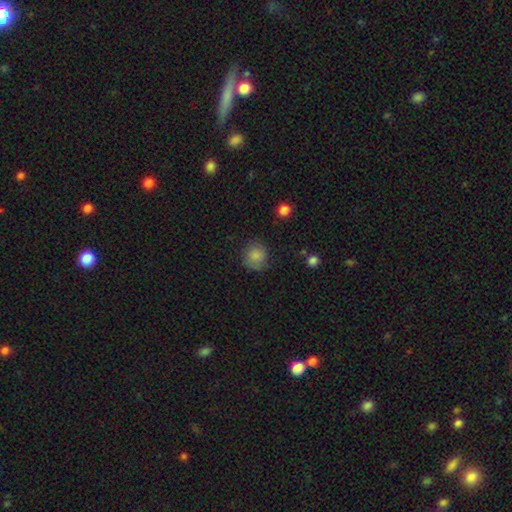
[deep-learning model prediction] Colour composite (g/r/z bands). It shows a smooth galaxy with no disk features (83%) that is round (87%). Merging: none (77%).